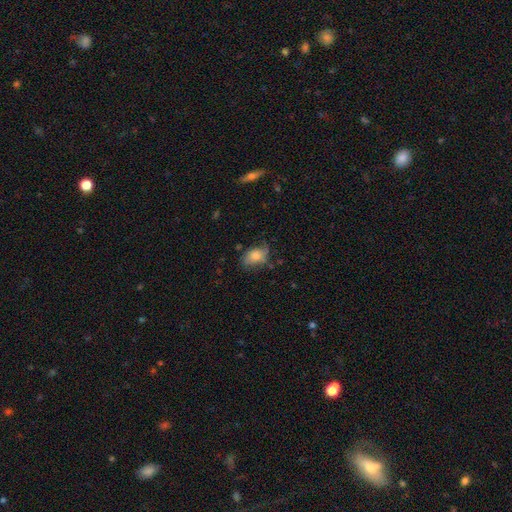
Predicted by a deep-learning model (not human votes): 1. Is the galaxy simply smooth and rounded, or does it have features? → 66% smooth, 24% featured or disk, 9% star or artifact.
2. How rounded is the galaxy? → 81% in between, 17% round, 2% cigar-shaped.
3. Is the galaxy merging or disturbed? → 51% none, 31% minor disturbance, 15% major disturbance, 3% merger.